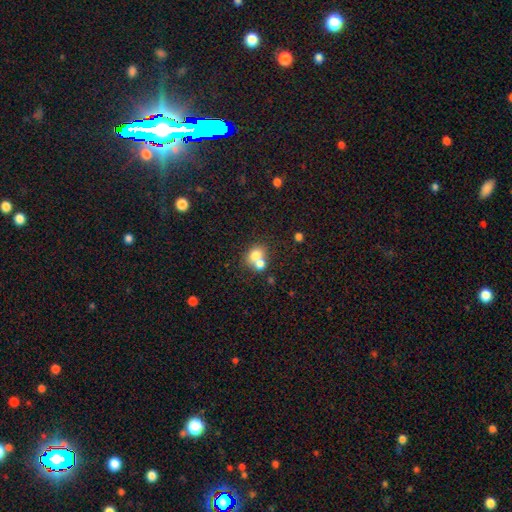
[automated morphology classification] Q: Smooth or featured?
A: smooth (73%); runner-up: featured or disk (16%)
Q: How rounded?
A: round (56%); runner-up: in between (43%)
Q: Merging?
A: merger (55%); runner-up: none (33%)